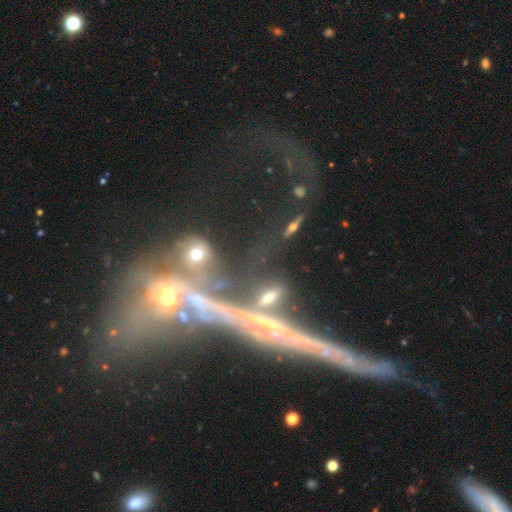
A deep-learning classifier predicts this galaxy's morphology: The model was most divided on "merging": none: 34%, merger: 33%, major disturbance: 19%, minor disturbance: 15%. More confident: edge-on disk — yes (63%); smooth or featured — featured or disk (59%).